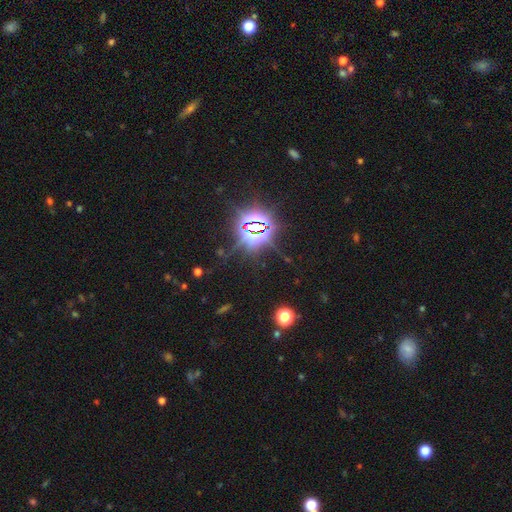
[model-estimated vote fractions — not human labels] This is clearly a star or artifact rather than a galaxy (84%).